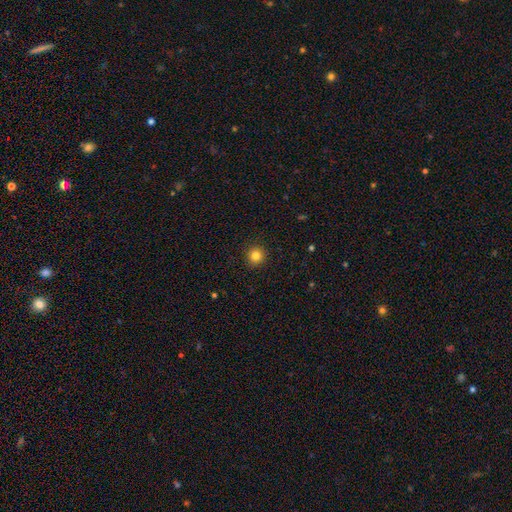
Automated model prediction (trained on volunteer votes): smooth_or_featured: smooth (p=0.82) [alt: star or artifact p=0.13]
how_rounded: round (p=0.94) [alt: in between p=0.05]
merging: none (p=0.92) [alt: minor disturbance p=0.05]